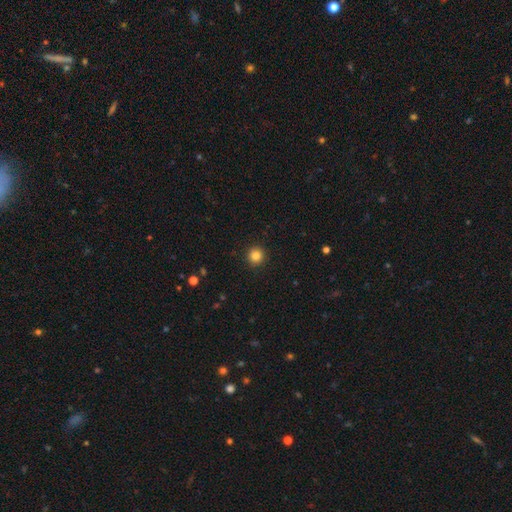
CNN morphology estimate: A smooth galaxy with no disk features (84%) that is round (95%). Merging: none (93%).